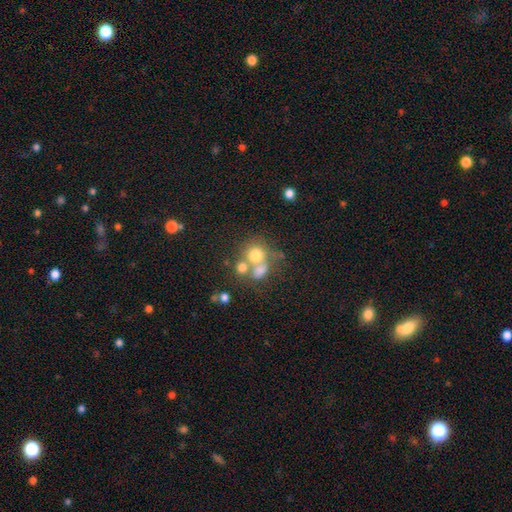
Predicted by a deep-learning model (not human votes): smooth-or-featured: smooth: 65% | featured or disk: 20% | star or artifact: 15%
  how-rounded: round: 78% | in between: 21% | cigar-shaped: 1%
  merging: merger: 45% | none: 38% | minor disturbance: 9% | major disturbance: 8%